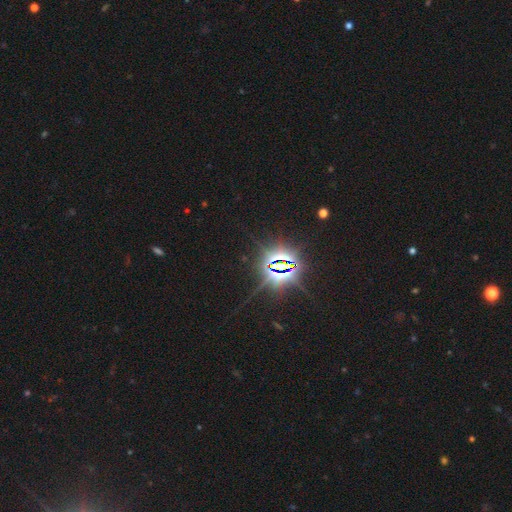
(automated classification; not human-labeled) This appears to be a star or artifact, not a galaxy (85%).